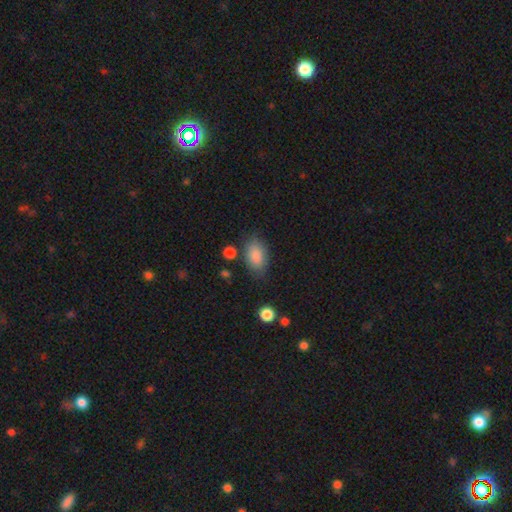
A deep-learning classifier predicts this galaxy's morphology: Q: Smooth or featured?
A: smooth (87%); runner-up: star or artifact (8%)
Q: How rounded?
A: in between (90%); runner-up: round (8%)
Q: Merging?
A: none (75%); runner-up: minor disturbance (16%)